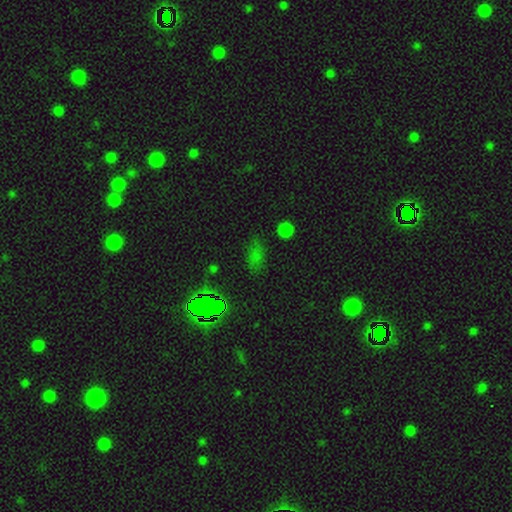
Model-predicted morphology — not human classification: smooth 54%, star or artifact 39%, featured or disk 8%. Down the decision tree: how rounded — in between (67%); merging — none (70%).